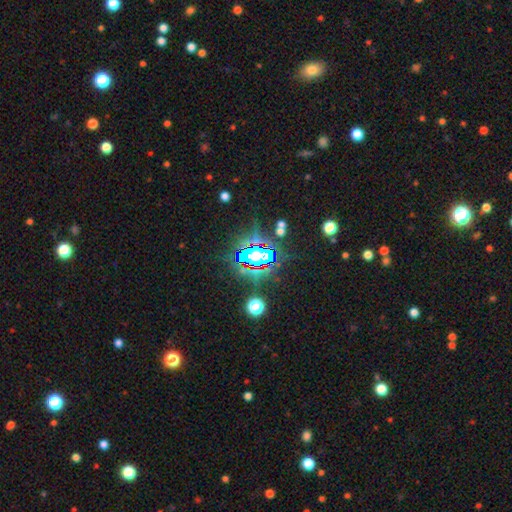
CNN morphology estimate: Smooth or featured? star or artifact (73%)